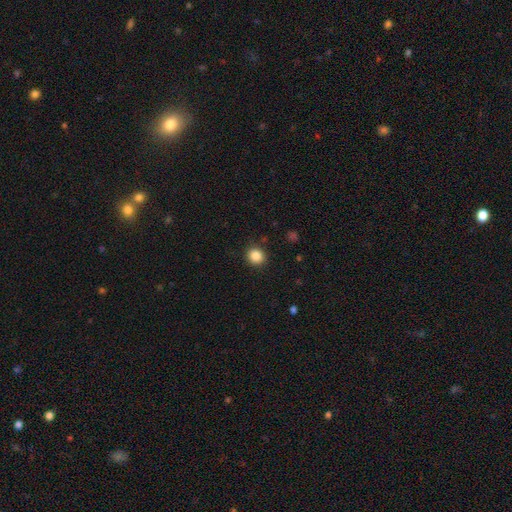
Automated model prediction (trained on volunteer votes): The model was most divided on "smooth or featured": smooth: 86%, star or artifact: 11%, featured or disk: 4%. More confident: merging — none (89%); how rounded — round (89%).